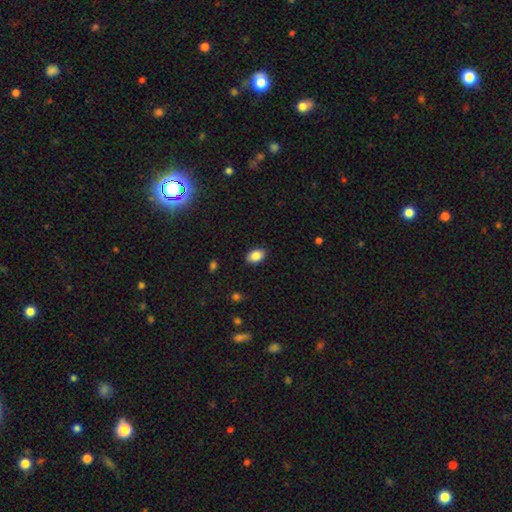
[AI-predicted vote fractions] The model was most divided on "smooth or featured": smooth: 86%, star or artifact: 8%, featured or disk: 6%. More confident: how rounded — in between (89%); merging — none (88%).